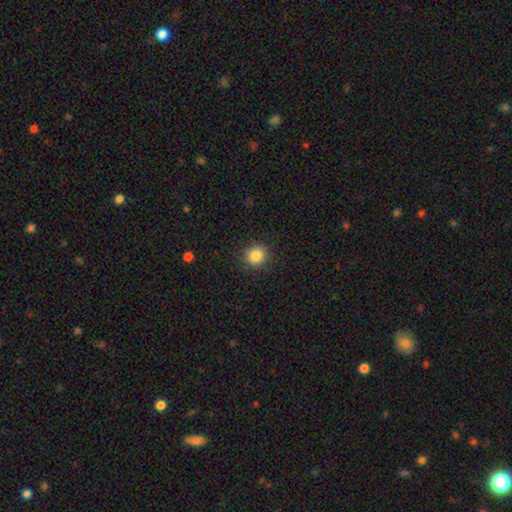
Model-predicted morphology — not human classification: smooth 84%, star or artifact 11%, featured or disk 5%. Down the decision tree: how rounded — round (90%); merging — none (90%).